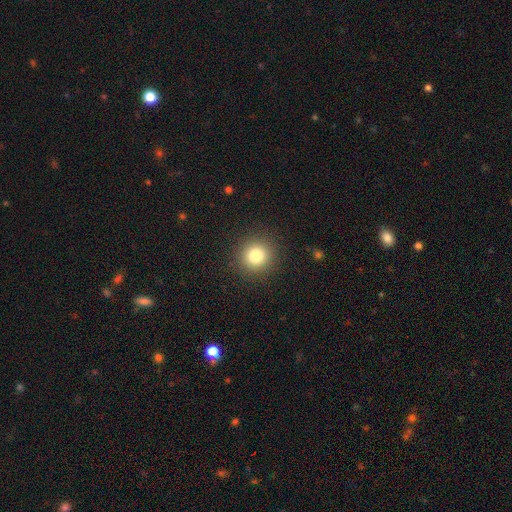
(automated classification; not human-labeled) Smooth or featured?
  - smooth: 82% *
  - star or artifact: 12%
  - featured or disk: 6%
How rounded?
  - round: 90% *
  - in between: 9%
  - cigar-shaped: 1%
Merging?
  - none: 91% *
  - minor disturbance: 6%
  - major disturbance: 2%
  - merger: 1%